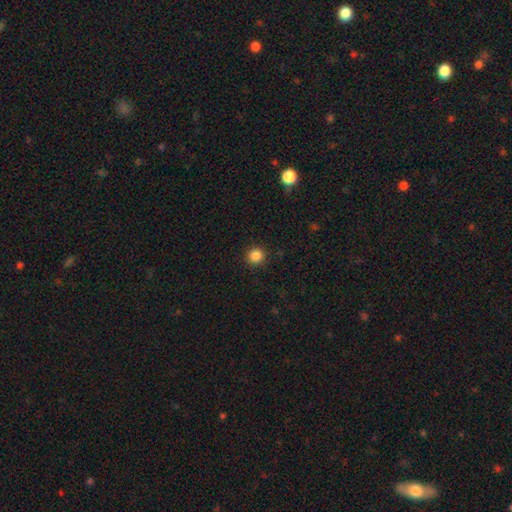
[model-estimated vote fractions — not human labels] Smooth or featured: smooth — 85% (star or artifact — 11%)
How rounded: round — 94% (in between — 6%)
Merging: none — 92% (minor disturbance — 5%)